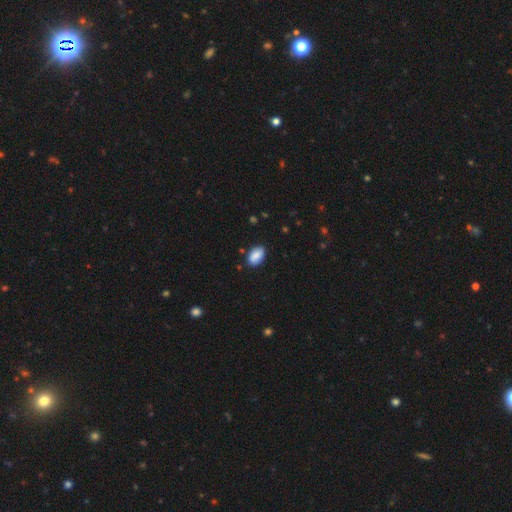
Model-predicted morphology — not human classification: A smooth galaxy with no disk features (87%) that is in between round and cigar-shaped (91%).

Vote fractions:
- Smooth or featured? smooth: 87% / star or artifact: 7% / featured or disk: 6%
- How rounded? in between: 91% / round: 7% / cigar-shaped: 2%
- Merging? none: 84% / minor disturbance: 12% / major disturbance: 2% / merger: 2%